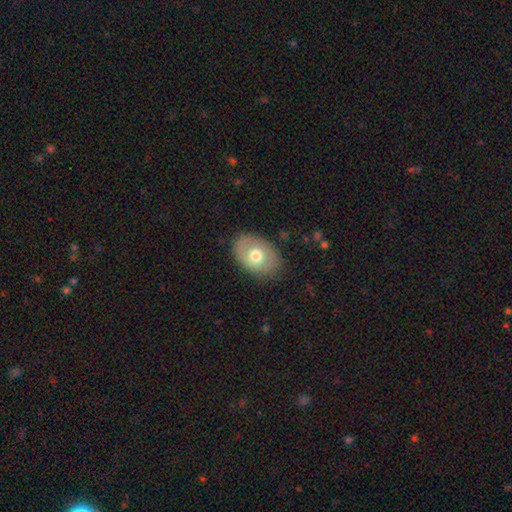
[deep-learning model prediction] Smooth or featured: smooth — 65% (featured or disk — 28%)
How rounded: in between — 80% (round — 19%)
Merging: none — 79% (minor disturbance — 15%)